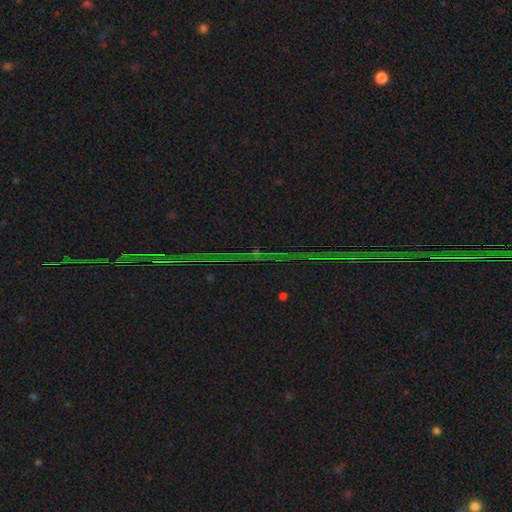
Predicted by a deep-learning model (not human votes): A star or artifact, not a galaxy (87%).